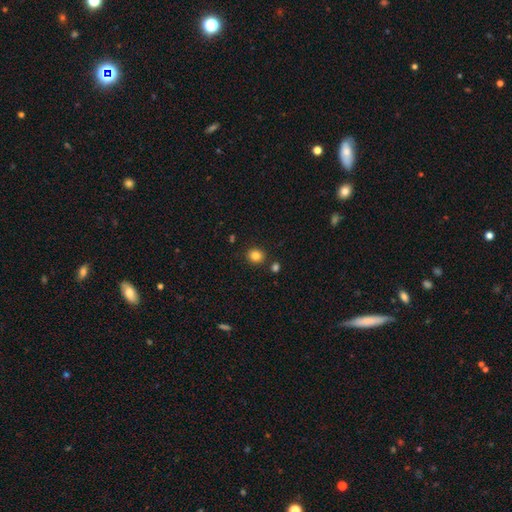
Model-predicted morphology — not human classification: Smooth or featured: smooth — 84% (star or artifact — 11%)
How rounded: round — 81% (in between — 18%)
Merging: none — 86% (minor disturbance — 7%)